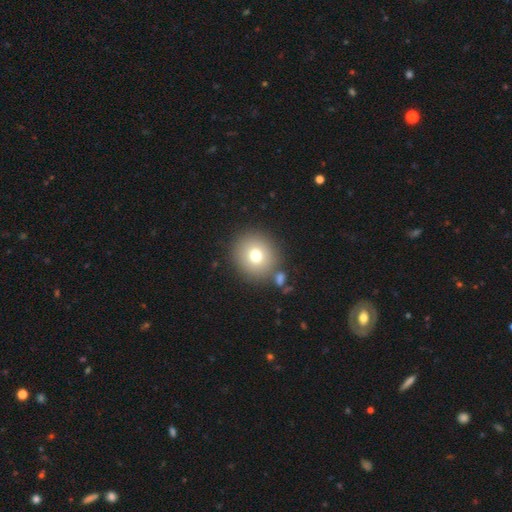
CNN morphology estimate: smooth 74%, featured or disk 13%, star or artifact 12%. Down the decision tree: how rounded — round (90%); merging — none (82%).